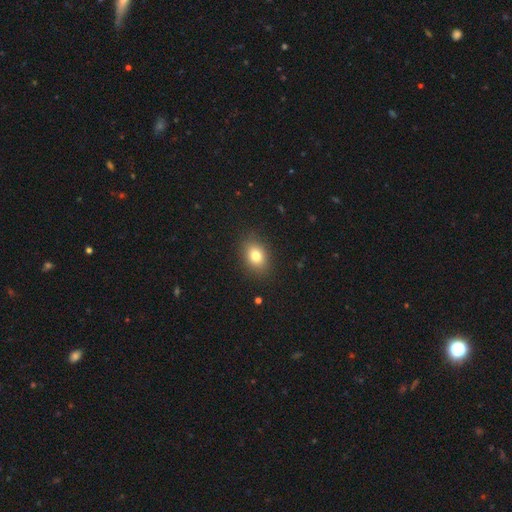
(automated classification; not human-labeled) A smooth galaxy with no disk features (80%) that is in between round and cigar-shaped (69%). Merging: none (87%).